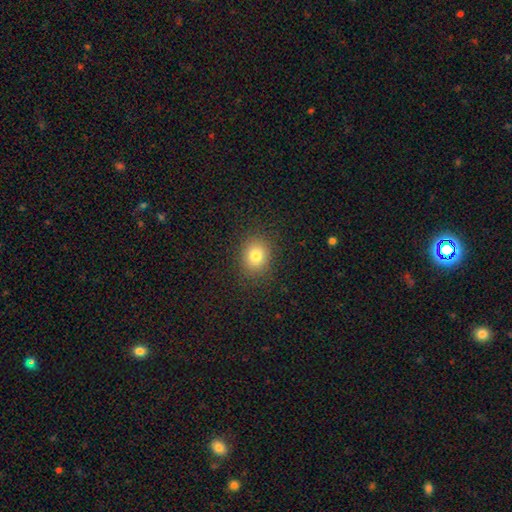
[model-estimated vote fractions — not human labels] smooth_or_featured: smooth (p=0.79) [alt: star or artifact p=0.12]
how_rounded: round (p=0.63) [alt: in between p=0.36]
merging: none (p=0.87) [alt: minor disturbance p=0.09]